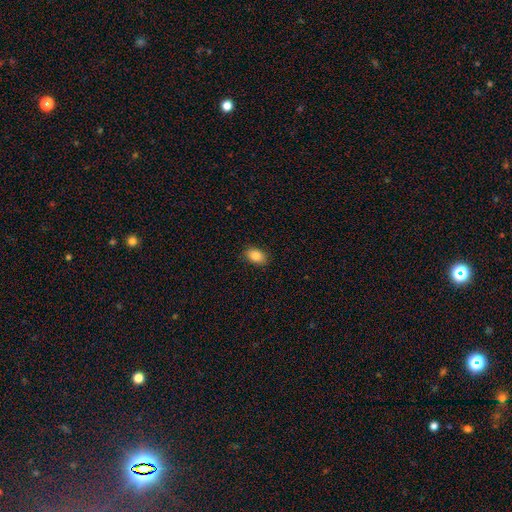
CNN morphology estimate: type=smooth (88%); roundness=in between (85%); merging=none (86%).